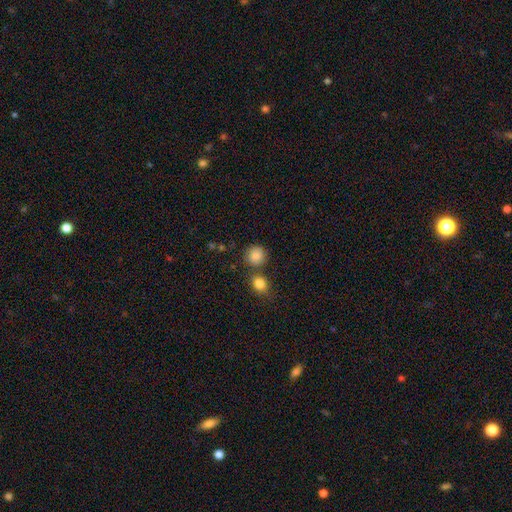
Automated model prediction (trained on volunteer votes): Smooth or featured: smooth — 85% (star or artifact — 10%)
How rounded: round — 88% (in between — 11%)
Merging: none — 73% (merger — 14%)